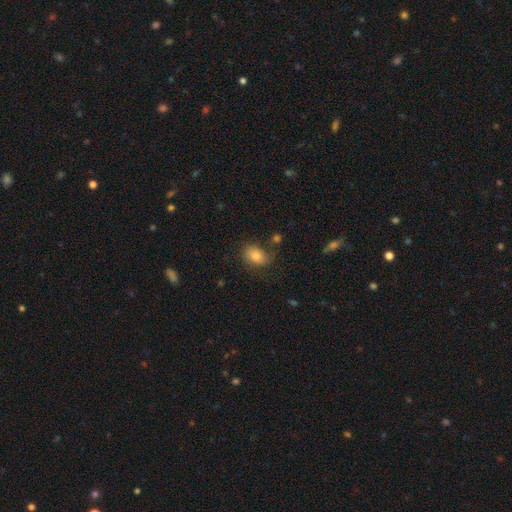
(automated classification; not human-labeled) This is likely a smooth galaxy (75%). How rounded: likely in between (74%). Merging: likely none (66%).